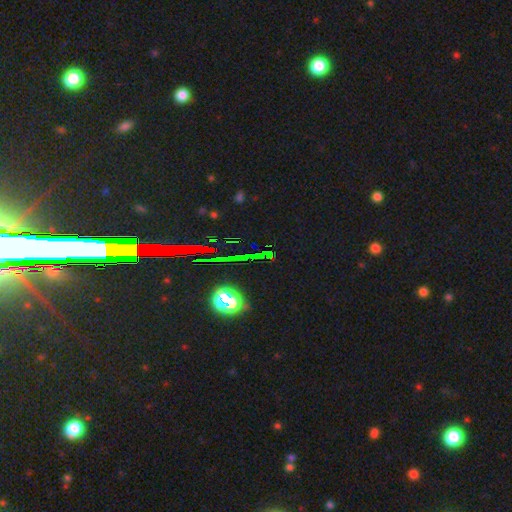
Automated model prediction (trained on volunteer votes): Q: Smooth or featured?
A: star or artifact (80%); runner-up: smooth (12%)